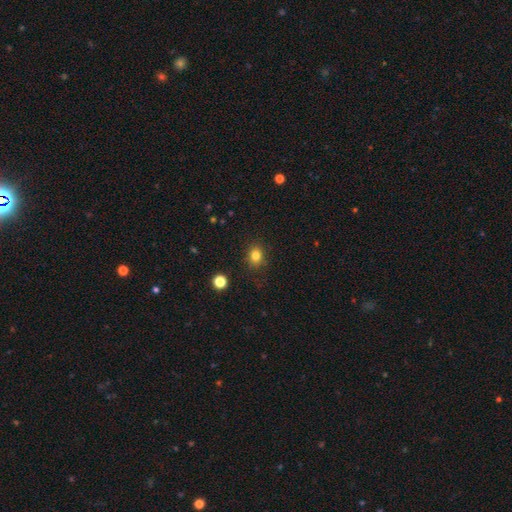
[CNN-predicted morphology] Q: Smooth or featured?
A: smooth (81%); runner-up: star or artifact (13%)
Q: How rounded?
A: round (59%); runner-up: in between (40%)
Q: Merging?
A: none (85%); runner-up: minor disturbance (11%)